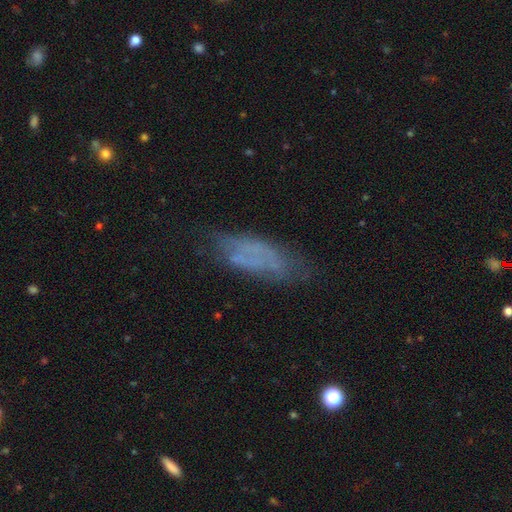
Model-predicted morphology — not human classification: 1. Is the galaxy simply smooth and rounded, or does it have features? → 43% smooth, 42% featured or disk, 14% star or artifact.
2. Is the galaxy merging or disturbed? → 59% none, 24% minor disturbance, 14% major disturbance, 3% merger.